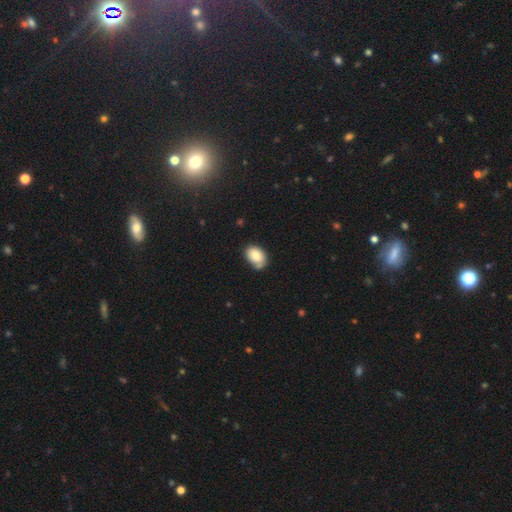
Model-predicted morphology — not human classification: Smooth or featured? smooth (82%)
How rounded? in between (82%)
Merging? none (60%)